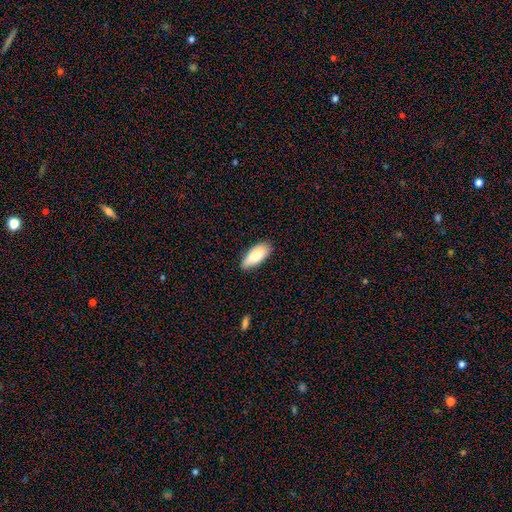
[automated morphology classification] smooth-or-featured: smooth: 86% | featured or disk: 8% | star or artifact: 6%
  how-rounded: in between: 84% | cigar-shaped: 15% | round: 2%
  merging: none: 79% | minor disturbance: 17% | major disturbance: 3% | merger: 1%